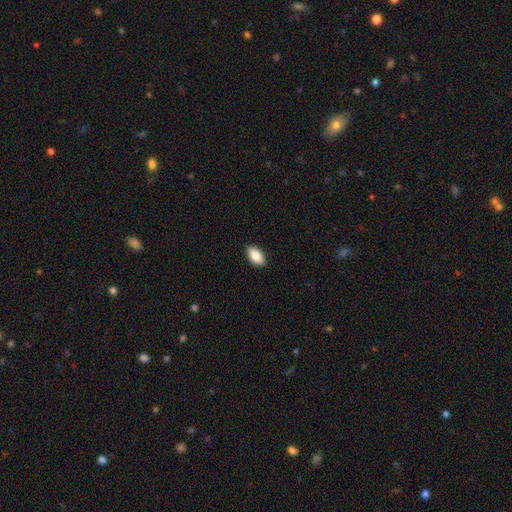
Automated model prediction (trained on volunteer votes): A smooth galaxy with no disk features (89%) that is in between round and cigar-shaped (94%). Merging: none (90%).